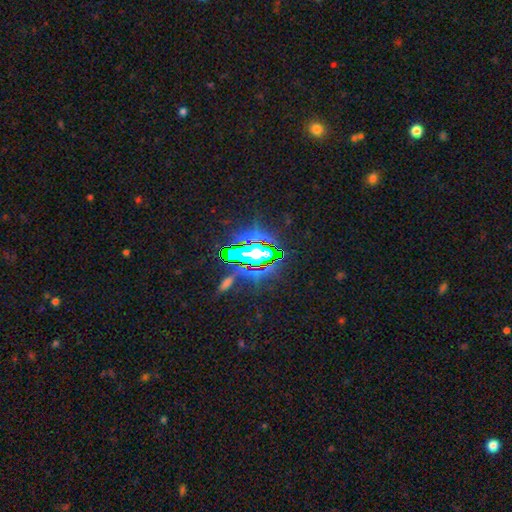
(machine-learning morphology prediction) type=star or artifact (73%).